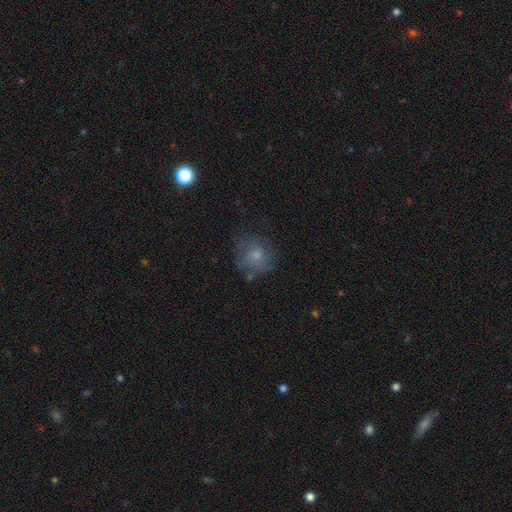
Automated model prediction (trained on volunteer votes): Morphology: type=smooth (63%); roundness=round (80%); merging=none (58%).